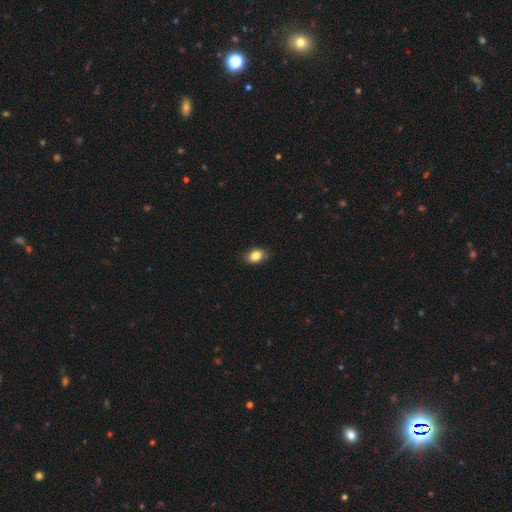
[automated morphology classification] smooth-or-featured: smooth: 84% | star or artifact: 8% | featured or disk: 8%
  how-rounded: in between: 82% | round: 17% | cigar-shaped: 1%
  merging: none: 83% | minor disturbance: 14% | major disturbance: 2% | merger: 1%